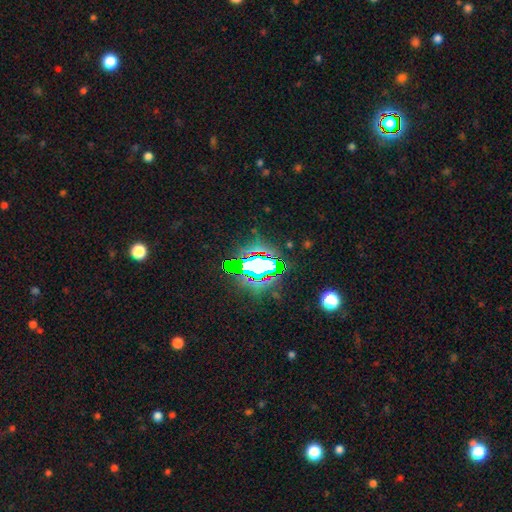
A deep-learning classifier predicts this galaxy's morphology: The model was most divided on "smooth or featured": star or artifact: 81%, smooth: 10%, featured or disk: 9%.